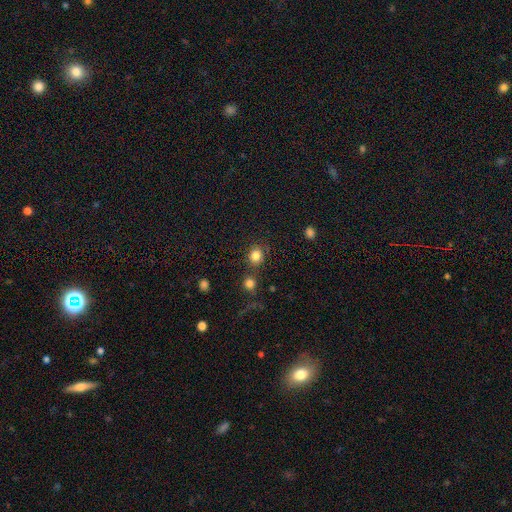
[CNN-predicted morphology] Smooth or featured?
  - smooth: 82% *
  - star or artifact: 12%
  - featured or disk: 6%
How rounded?
  - round: 78% *
  - in between: 21%
  - cigar-shaped: 1%
Merging?
  - none: 73% *
  - merger: 12%
  - minor disturbance: 10%
  - major disturbance: 4%